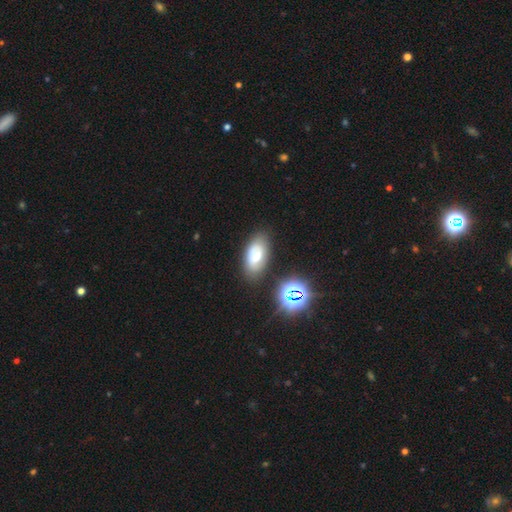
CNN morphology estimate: Smooth or featured? Predicted: smooth (p=0.49). Merging? Predicted: none (p=0.78).